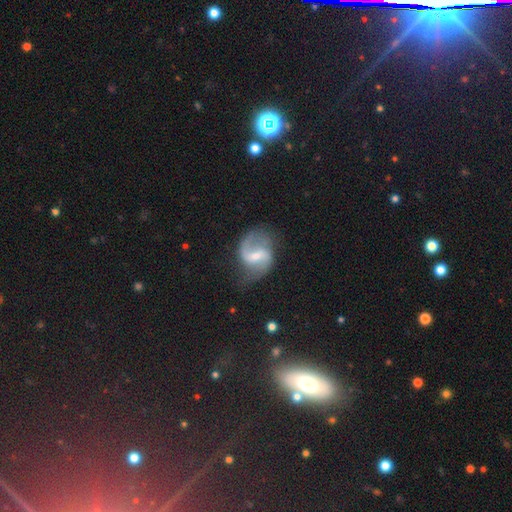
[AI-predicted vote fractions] Smooth or featured? Predicted: featured or disk (p=0.83). Edge-on disk? Predicted: no (p=0.98). Bar? Predicted: weak (p=0.55). Spiral arms? Predicted: yes (p=0.95). Spiral winding? Predicted: loose (p=0.51). Spiral arm count? Predicted: 2 (p=0.84). Bulge size? Predicted: small (p=0.52). Merging? Predicted: none (p=0.63).